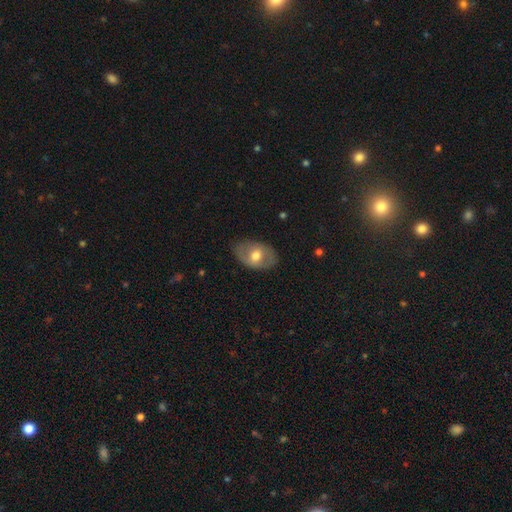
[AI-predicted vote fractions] Q: Smooth or featured?
A: smooth (54%); runner-up: featured or disk (40%)
Q: How rounded?
A: in between (82%); runner-up: round (16%)
Q: Merging?
A: none (80%); runner-up: minor disturbance (15%)